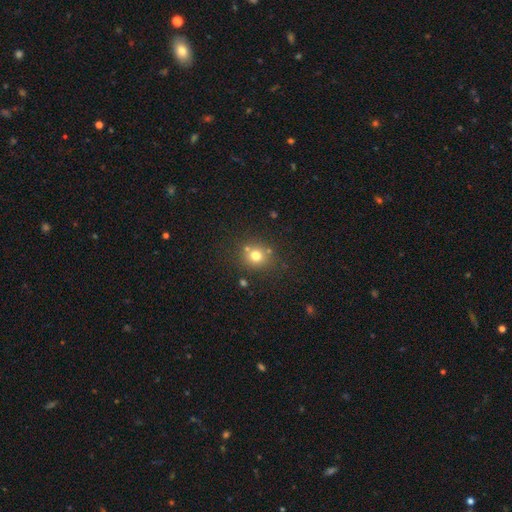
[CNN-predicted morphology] smooth_or_featured: smooth (p=0.74) [alt: star or artifact p=0.15]
how_rounded: round (p=0.85) [alt: in between p=0.15]
merging: none (p=0.72) [alt: merger p=0.14]